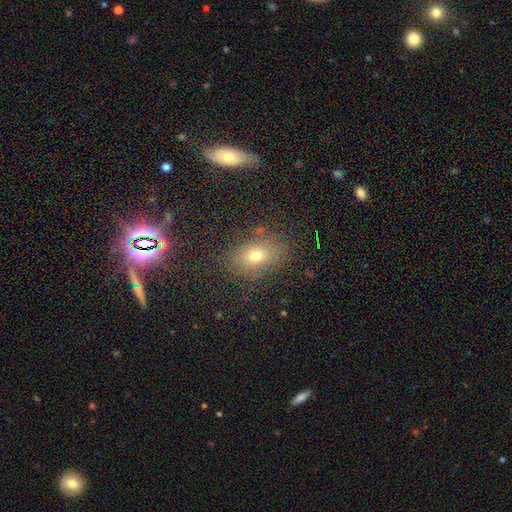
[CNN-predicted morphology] Smooth or featured? smooth (64%)
How rounded? in between (70%)
Merging? none (79%)